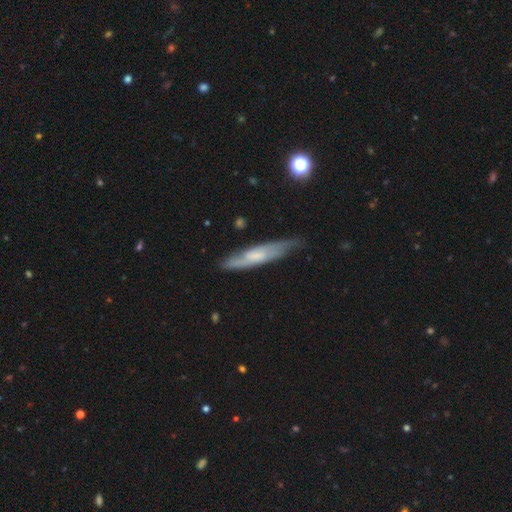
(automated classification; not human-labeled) Smooth or featured? Predicted: featured or disk (p=0.53). Edge-on disk? Predicted: yes (p=0.57). Merging? Predicted: none (p=0.70).